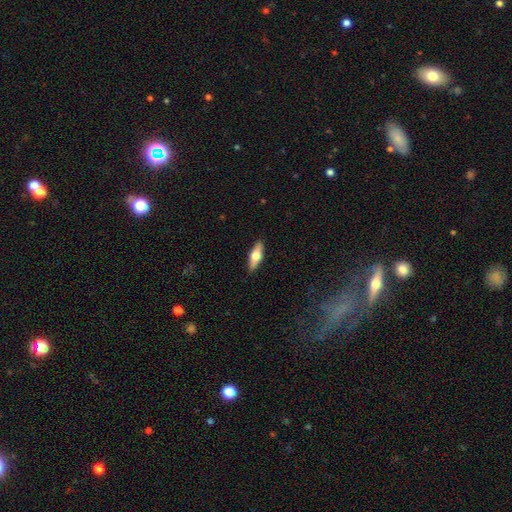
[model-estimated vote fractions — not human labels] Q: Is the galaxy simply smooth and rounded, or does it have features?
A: smooth — 50%.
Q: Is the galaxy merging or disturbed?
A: none — 89%.